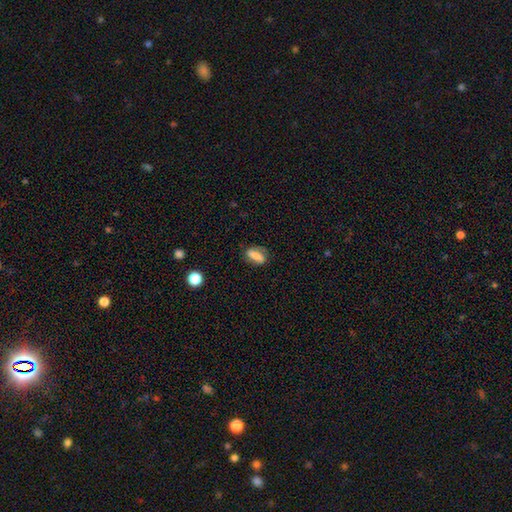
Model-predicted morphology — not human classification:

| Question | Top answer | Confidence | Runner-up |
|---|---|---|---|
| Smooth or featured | smooth | 68% | featured or disk (23%) |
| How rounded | in between | 71% | cigar-shaped (20%) |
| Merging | none | 73% | minor disturbance (19%) |